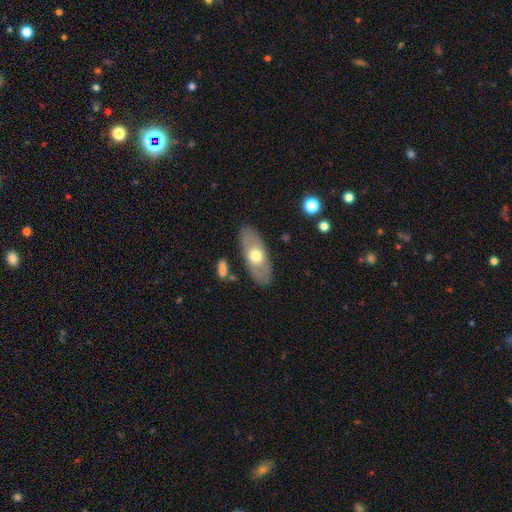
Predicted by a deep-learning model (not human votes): The model was most divided on "smooth or featured": smooth: 53%, featured or disk: 41%, star or artifact: 5%. More confident: how rounded — in between (84%); merging — none (83%).